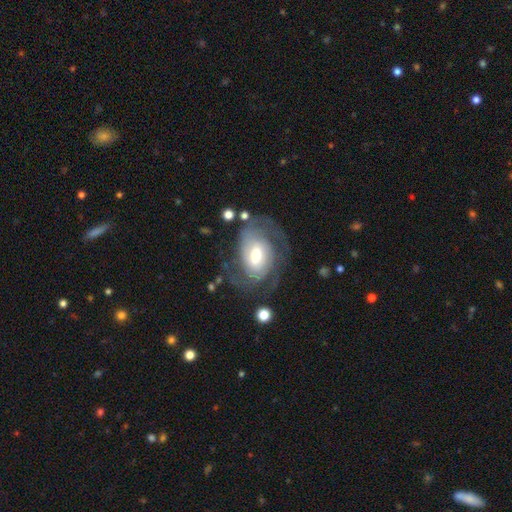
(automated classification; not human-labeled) Q: Smooth or featured?
A: featured or disk (81%); runner-up: smooth (14%)
Q: Edge-on disk?
A: no (96%); runner-up: yes (4%)
Q: Bar?
A: weak (47%); runner-up: no (38%)
Q: Spiral arms?
A: yes (92%); runner-up: no (8%)
Q: Spiral winding?
A: tight (47%); runner-up: medium (38%)
Q: Spiral arm count?
A: 2 (46%); runner-up: can't tell (25%)
Q: Bulge size?
A: moderate (62%); runner-up: small (23%)
Q: Merging?
A: none (60%); runner-up: minor disturbance (19%)